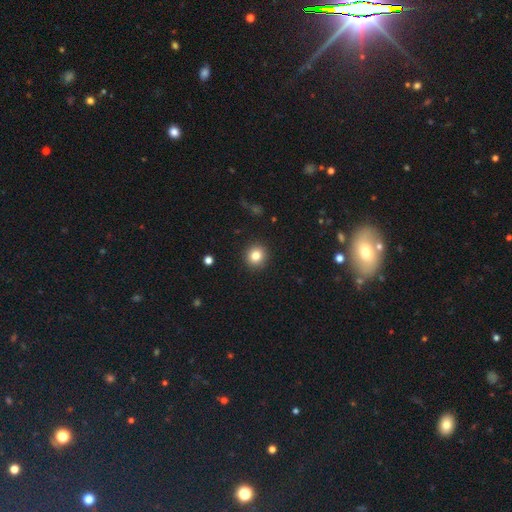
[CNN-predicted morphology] A smooth galaxy with no disk features (82%) that is round (92%).

Vote fractions:
- Smooth or featured? smooth: 82% / star or artifact: 11% / featured or disk: 7%
- How rounded? round: 92% / in between: 8% / cigar-shaped: 1%
- Merging? none: 92% / minor disturbance: 5% / major disturbance: 2% / merger: 1%